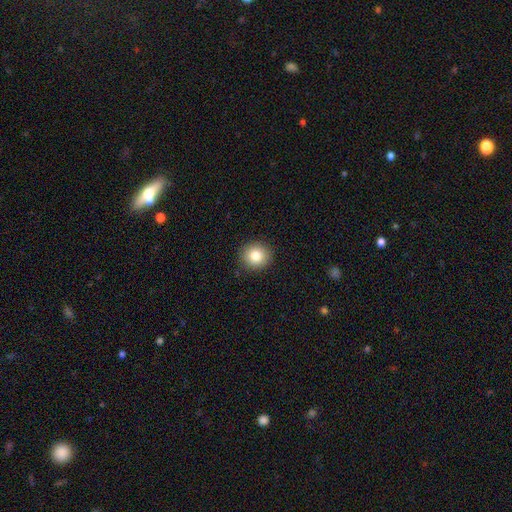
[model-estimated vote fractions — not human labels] A smooth galaxy with no disk features (82%) that is round (89%). Merging: none (91%).